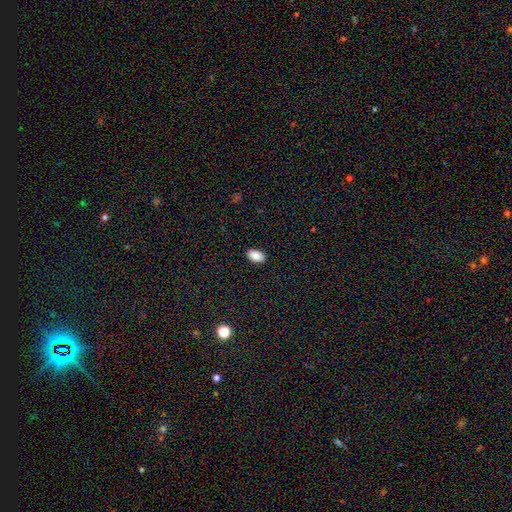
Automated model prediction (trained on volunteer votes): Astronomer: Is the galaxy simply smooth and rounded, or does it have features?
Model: smooth — 89%.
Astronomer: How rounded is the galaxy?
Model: in between — 93%.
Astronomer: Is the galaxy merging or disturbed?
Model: none — 89%.